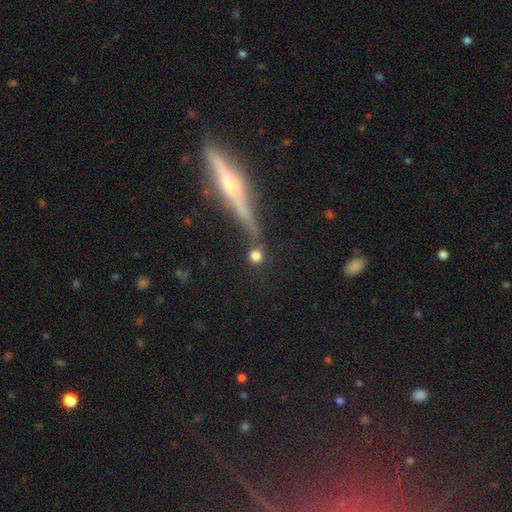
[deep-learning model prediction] Morphology: type=smooth (78%); roundness=round (88%); merging=none (73%).